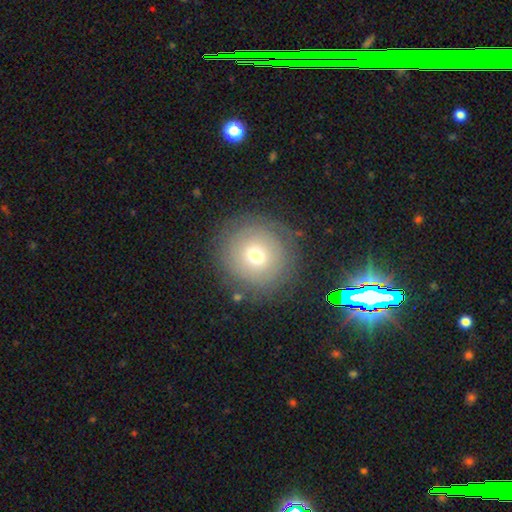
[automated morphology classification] Smooth or featured: smooth — 61% (featured or disk — 26%)
How rounded: round — 92% (in between — 7%)
Merging: none — 82% (minor disturbance — 11%)